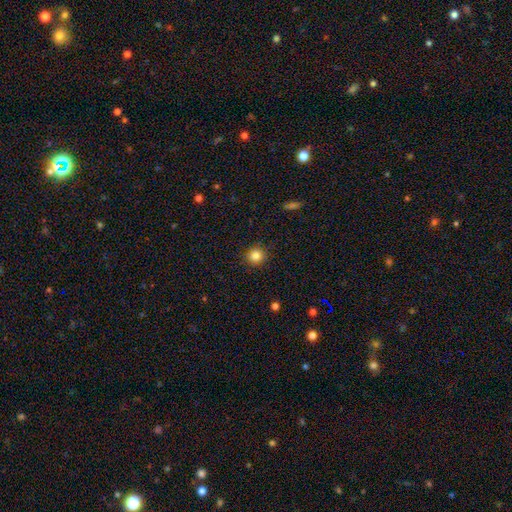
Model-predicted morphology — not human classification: smooth 84%, star or artifact 11%, featured or disk 5%. Down the decision tree: how rounded — round (94%); merging — none (91%).